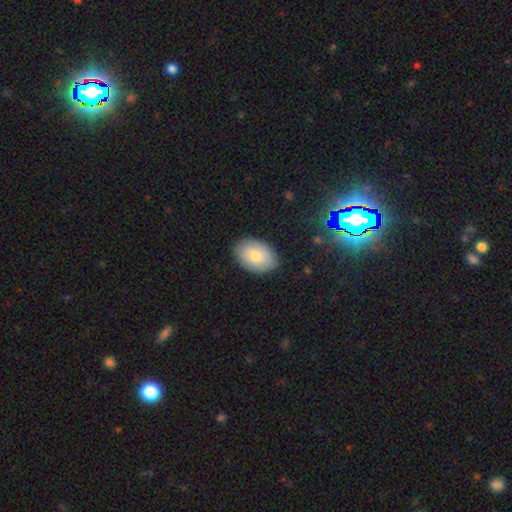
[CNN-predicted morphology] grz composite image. It shows a smooth galaxy with no disk features (77%) that is in between round and cigar-shaped (86%). Merging: none (83%).